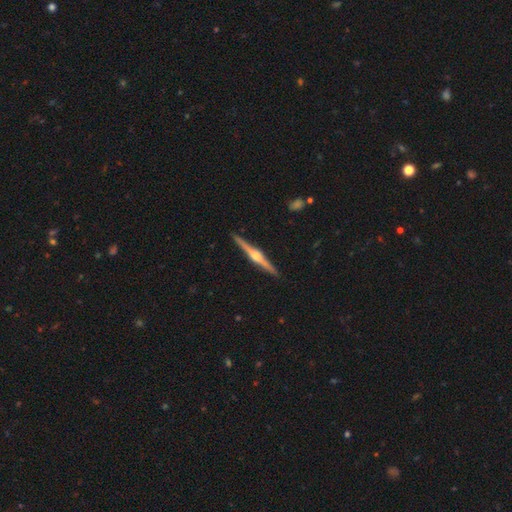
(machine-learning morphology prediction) A featured or disk galaxy (85%) viewed edge-on (99%) with a rounded central bulge (92%).

Vote fractions:
- Smooth or featured? featured or disk: 85% / smooth: 10% / star or artifact: 5%
- Edge-on disk? yes: 99% / no: 1%
- Edge-on bulge? rounded: 92% / boxy: 5% / none: 3%
- Merging? none: 92% / minor disturbance: 6% / major disturbance: 1% / merger: 1%